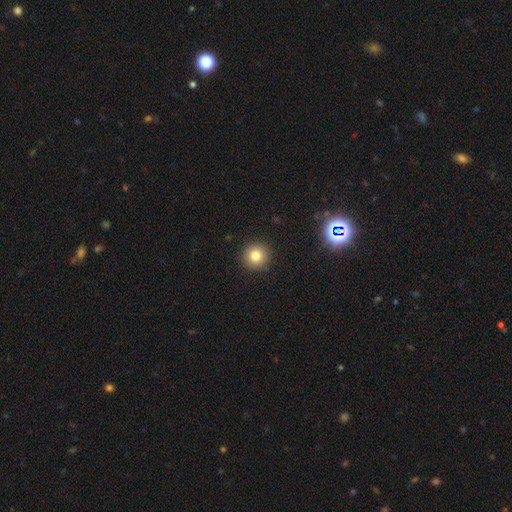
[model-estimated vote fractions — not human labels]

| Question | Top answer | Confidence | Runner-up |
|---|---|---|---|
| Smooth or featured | smooth | 80% | star or artifact (12%) |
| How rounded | round | 94% | in between (5%) |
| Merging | none | 92% | minor disturbance (6%) |